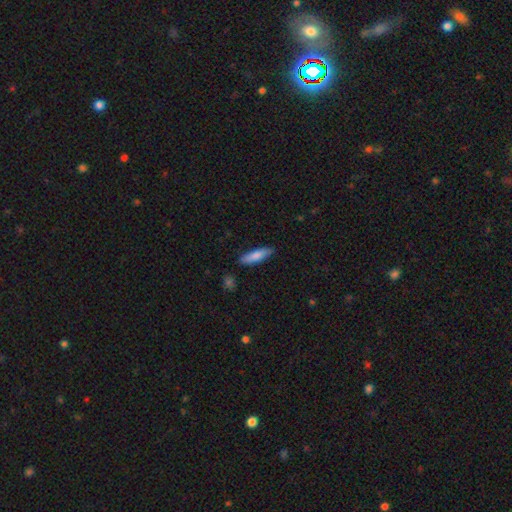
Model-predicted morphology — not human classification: Smooth or featured? Predicted: smooth (p=0.81). How rounded? Predicted: cigar-shaped (p=0.63). Merging? Predicted: none (p=0.86).